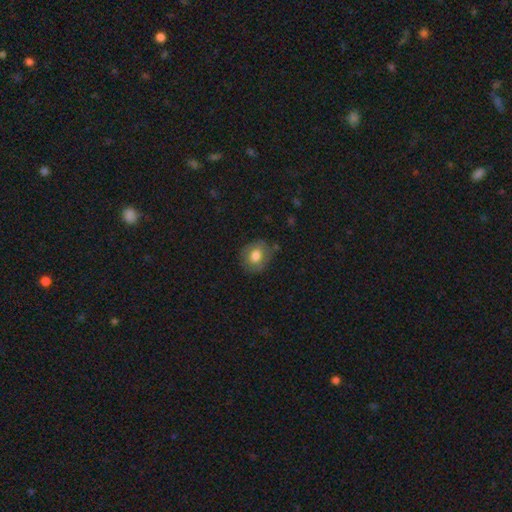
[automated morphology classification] A smooth galaxy with no disk features (74%) that is round (61%). Merging: none (76%).